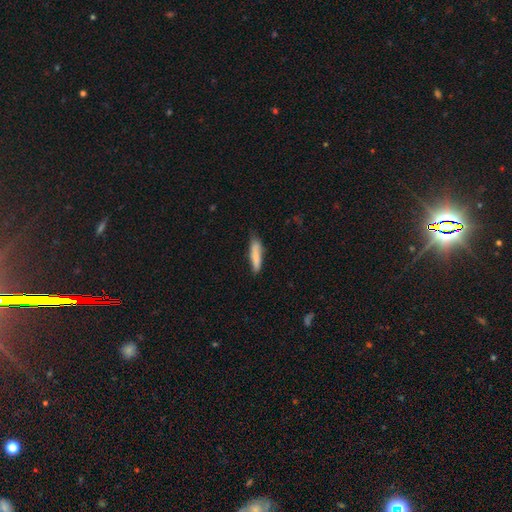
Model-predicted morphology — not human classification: smooth 83%, featured or disk 10%, star or artifact 6%. Down the decision tree: how rounded — cigar-shaped (81%); merging — none (71%).